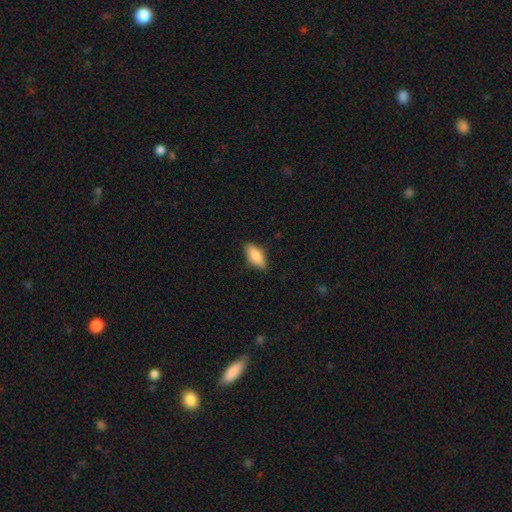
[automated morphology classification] smooth 85%, featured or disk 9%, star or artifact 6%. Down the decision tree: how rounded — in between (87%); merging — none (84%).